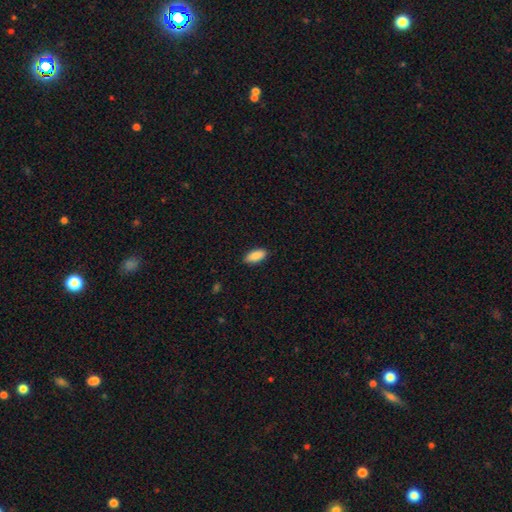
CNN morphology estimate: The model was most divided on "how rounded": in between: 88%, cigar-shaped: 10%, round: 2%. More confident: smooth or featured — smooth (88%); merging — none (88%).